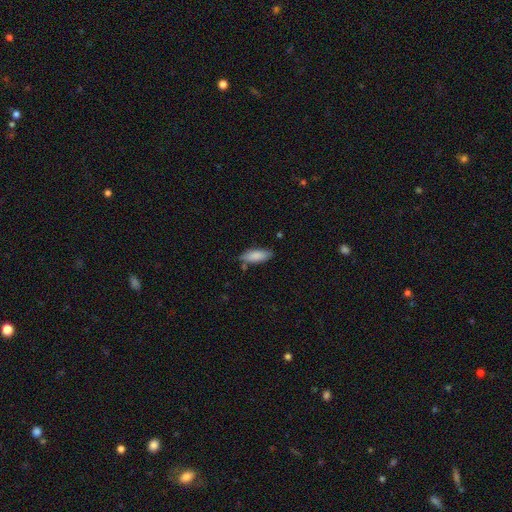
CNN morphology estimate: smooth_or_featured: smooth (p=0.86) [alt: featured or disk p=0.08]
how_rounded: in between (p=0.72) [alt: cigar-shaped p=0.27]
merging: none (p=0.76) [alt: minor disturbance p=0.17]